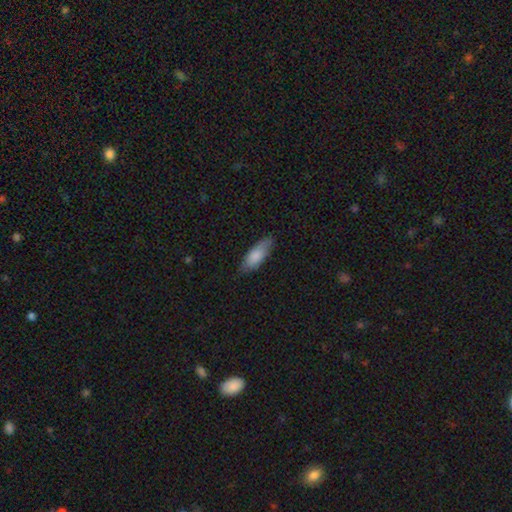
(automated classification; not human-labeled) This is clearly a smooth galaxy (82%). How rounded: likely in between (72%). Merging: likely none (77%).